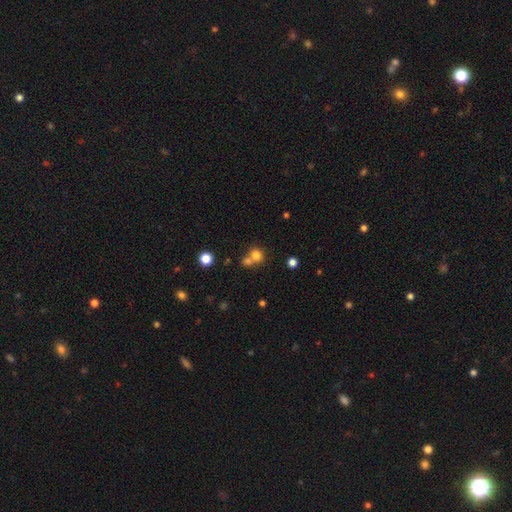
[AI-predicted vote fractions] smooth 76%, star or artifact 15%, featured or disk 10%. Down the decision tree: how rounded — round (81%); merging — merger (45%, tied with none).